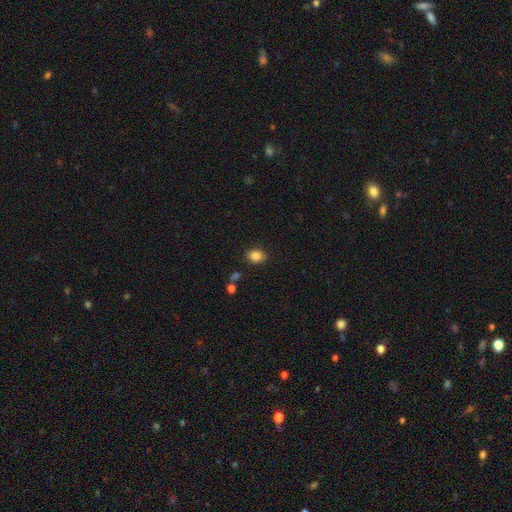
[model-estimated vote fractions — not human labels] Smooth or featured? Predicted: smooth (p=0.86). How rounded? Predicted: in between (p=0.55). Merging? Predicted: none (p=0.85).